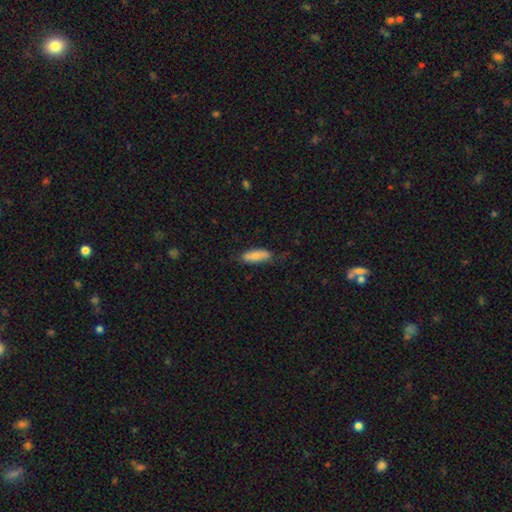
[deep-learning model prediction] Overall: smooth (74%). How rounded: in between (64%; cigar-shaped 34%). Merging: none (71%).